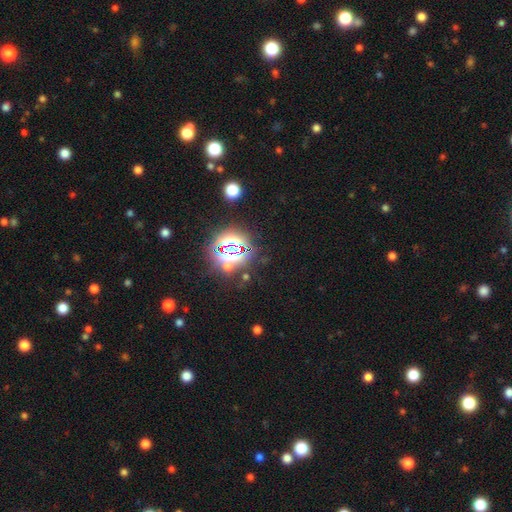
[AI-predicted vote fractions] smooth-or-featured: star or artifact: 81% | smooth: 13% | featured or disk: 6%